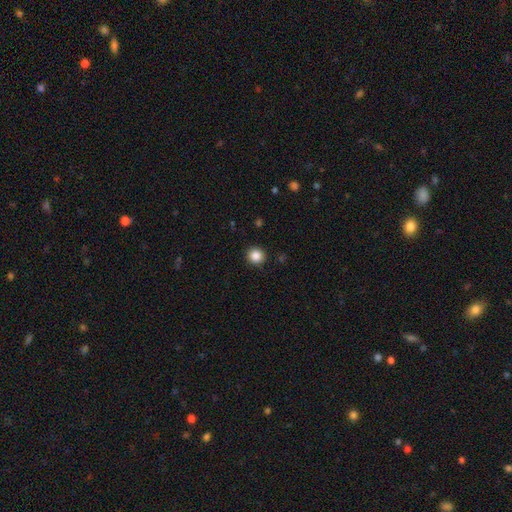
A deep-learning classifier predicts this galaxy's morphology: smooth-or-featured: smooth: 86% | star or artifact: 10% | featured or disk: 4%
  how-rounded: round: 92% | in between: 7% | cigar-shaped: 1%
  merging: none: 92% | minor disturbance: 6% | major disturbance: 2% | merger: 1%